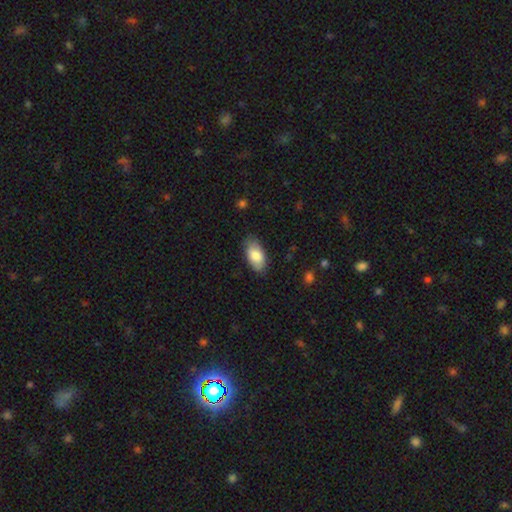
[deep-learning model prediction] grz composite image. It shows a smooth galaxy with no disk features (79%) that is in between round and cigar-shaped (94%). Merging: none (79%).